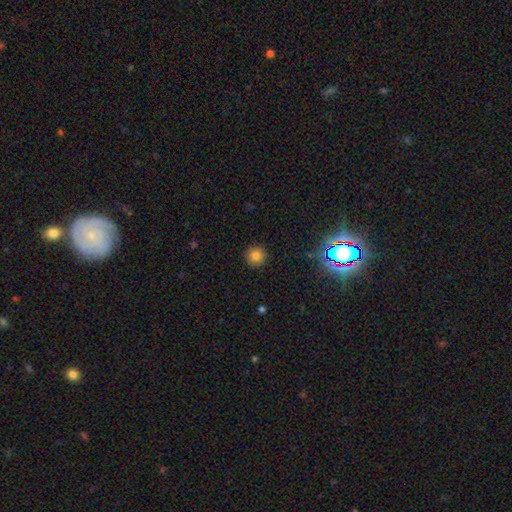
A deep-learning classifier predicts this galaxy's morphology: This appears to be a smooth galaxy with no disk features (81%) that is round (94%). Merging: none (92%).